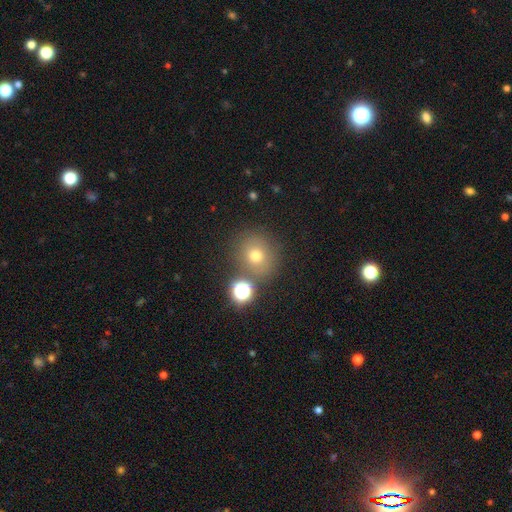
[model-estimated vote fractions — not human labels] A smooth galaxy with no disk features (70%) that is round (84%).

Vote fractions:
- Smooth or featured? smooth: 70% / star or artifact: 19% / featured or disk: 11%
- How rounded? round: 84% / in between: 15% / cigar-shaped: 1%
- Merging? none: 76% / merger: 10% / minor disturbance: 10% / major disturbance: 4%